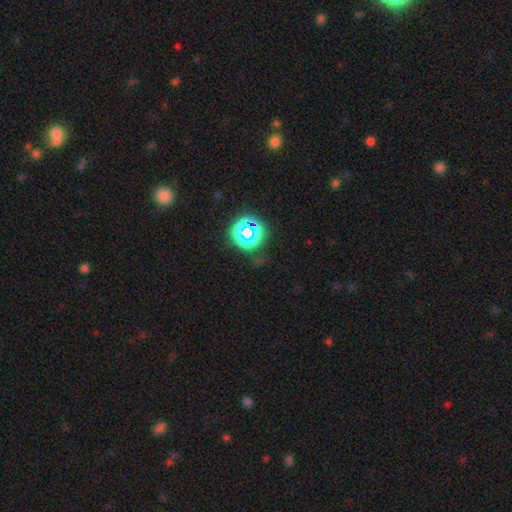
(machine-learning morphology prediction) smooth-or-featured: star or artifact: 63% | smooth: 27% | featured or disk: 9%